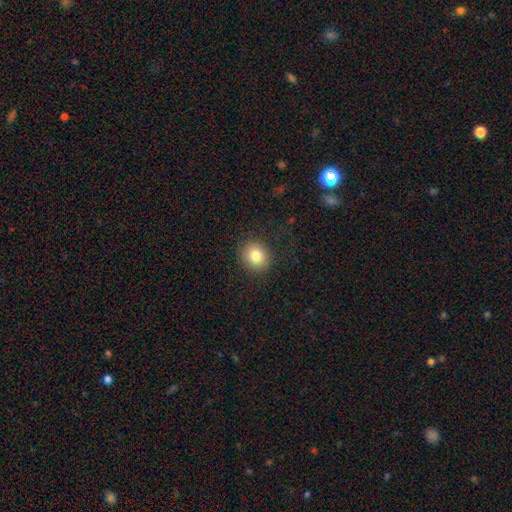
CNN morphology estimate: This is clearly a smooth galaxy (82%). How rounded: likely round (78%). Merging: clearly none (88%).